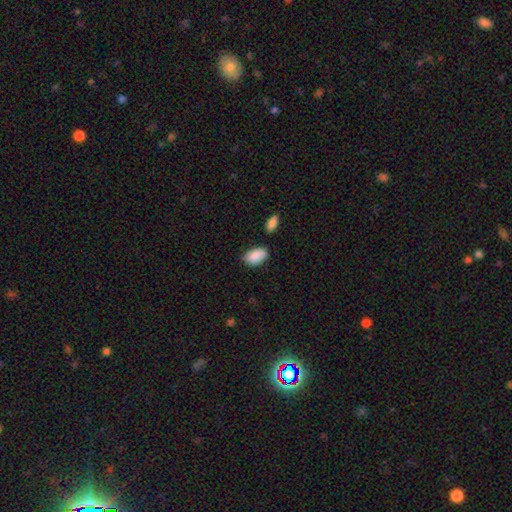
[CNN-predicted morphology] A smooth galaxy with no disk features (87%) that is in between round and cigar-shaped (93%).

Vote fractions:
- Smooth or featured? smooth: 87% / star or artifact: 7% / featured or disk: 6%
- How rounded? in between: 93% / round: 5% / cigar-shaped: 2%
- Merging? none: 67% / minor disturbance: 23% / merger: 7% / major disturbance: 4%